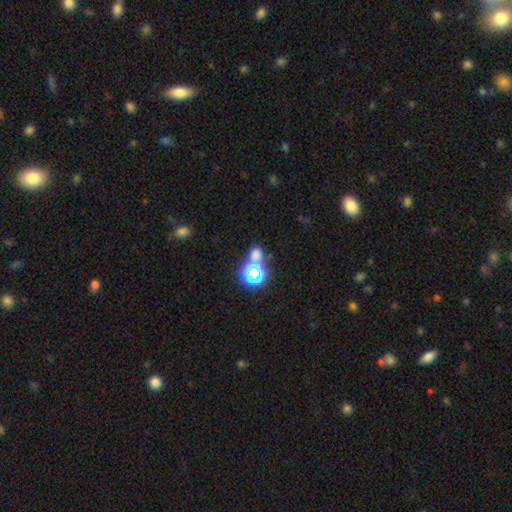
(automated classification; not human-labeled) The model was most divided on "smooth or featured": smooth: 54%, star or artifact: 39%, featured or disk: 7%. More confident: how rounded — round (67%); merging — none (54%).